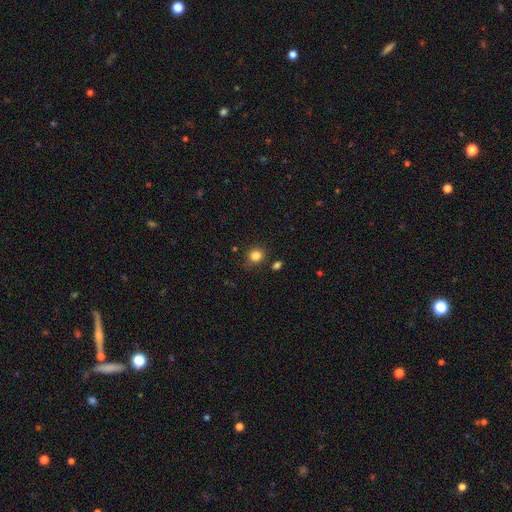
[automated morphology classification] The model was most divided on "how rounded": round: 77%, in between: 22%, cigar-shaped: 1%. More confident: smooth or featured — smooth (84%); merging — none (81%).